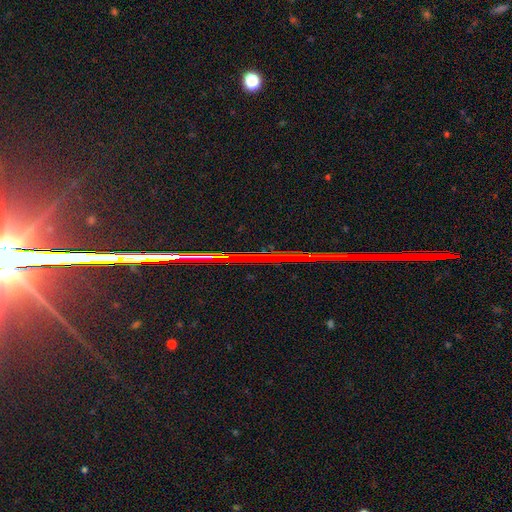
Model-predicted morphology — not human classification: A star or artifact, not a galaxy (86%).

Vote fractions:
- Smooth or featured? star or artifact: 86% / featured or disk: 8% / smooth: 6%